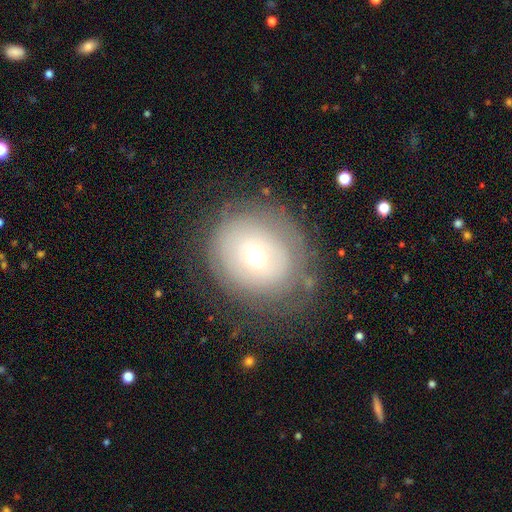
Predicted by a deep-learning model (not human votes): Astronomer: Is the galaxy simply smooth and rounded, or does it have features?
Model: smooth — 49% (runner-up: featured or disk, 40%).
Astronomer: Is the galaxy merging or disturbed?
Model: none — 70%.